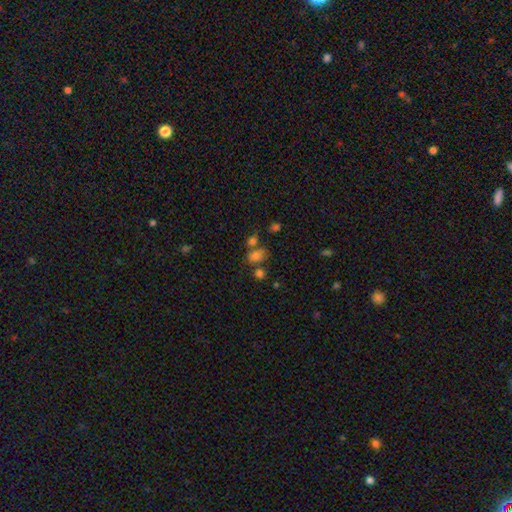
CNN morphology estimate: The model was most divided on "merging": none: 52%, merger: 25%, minor disturbance: 16%, major disturbance: 7%. More confident: smooth or featured — smooth (76%); how rounded — in between (75%).